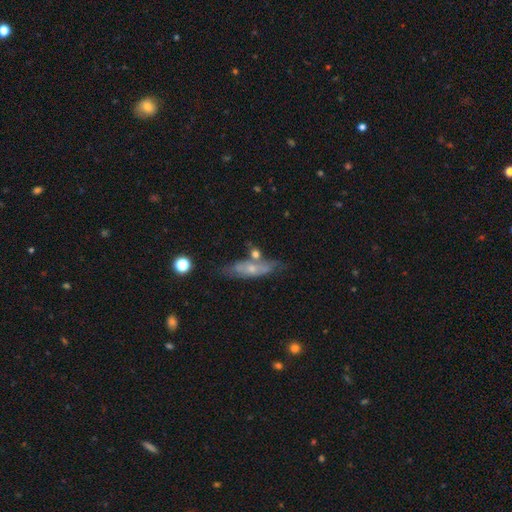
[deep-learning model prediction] Smooth or featured: featured or disk — 49% (smooth — 42%)
Merging: none — 62% (minor disturbance — 20%)